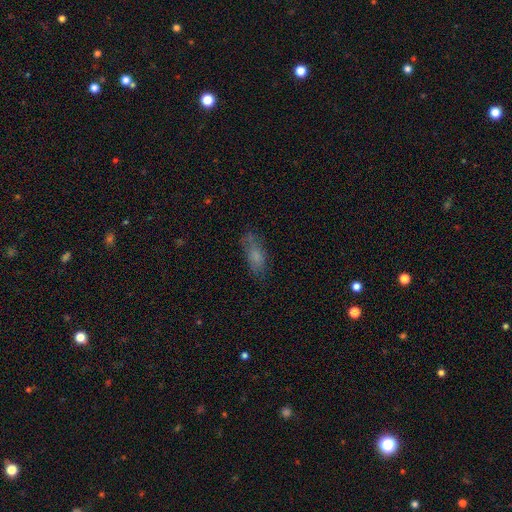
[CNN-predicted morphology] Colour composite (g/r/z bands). It shows a smooth galaxy with no disk features (70%) that is in between round and cigar-shaped (70%). Merging: none (66%).